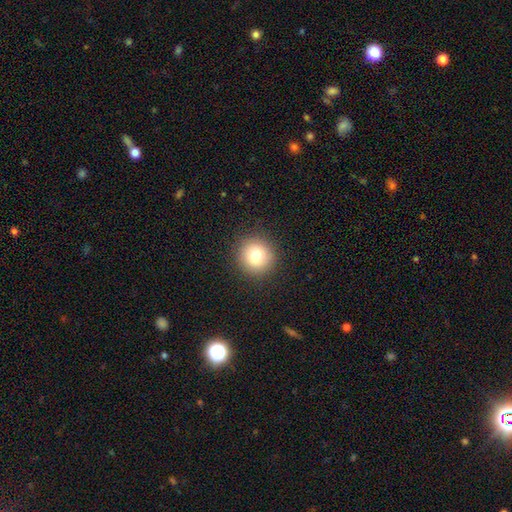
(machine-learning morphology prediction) smooth_or_featured: smooth (p=0.79) [alt: star or artifact p=0.11]
how_rounded: round (p=0.92) [alt: in between p=0.07]
merging: none (p=0.90) [alt: minor disturbance p=0.07]